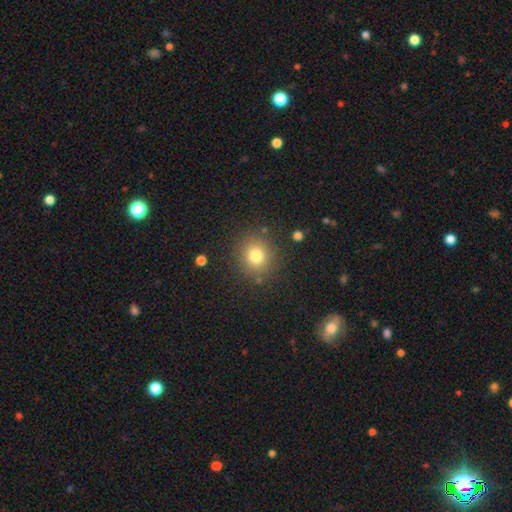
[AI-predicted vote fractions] This is likely a smooth galaxy (78%). How rounded: clearly round (85%). Merging: clearly none (86%).